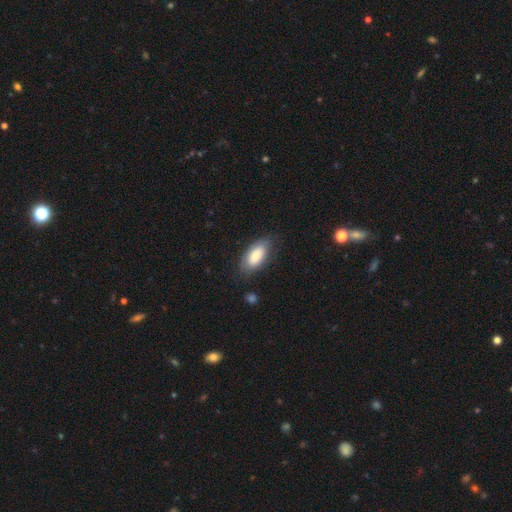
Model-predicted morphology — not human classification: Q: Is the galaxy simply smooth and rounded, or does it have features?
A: smooth — 80%.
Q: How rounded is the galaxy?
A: in between — 90%.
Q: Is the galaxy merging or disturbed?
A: none — 76%.